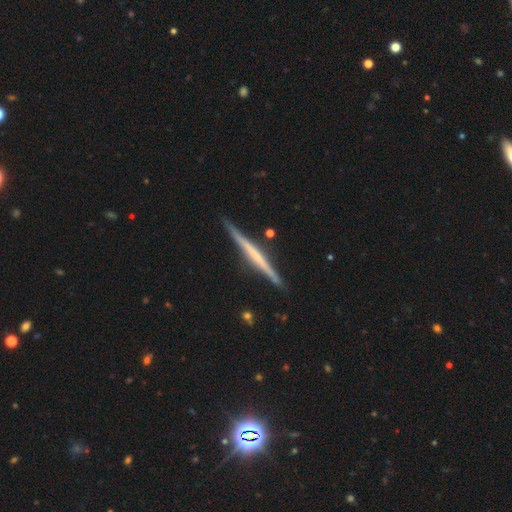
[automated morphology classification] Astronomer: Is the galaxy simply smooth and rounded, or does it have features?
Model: featured or disk — 69%.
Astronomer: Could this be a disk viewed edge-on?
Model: yes — 98%.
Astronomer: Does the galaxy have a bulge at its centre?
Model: none — 70%.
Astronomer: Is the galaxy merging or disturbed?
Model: none — 89%.